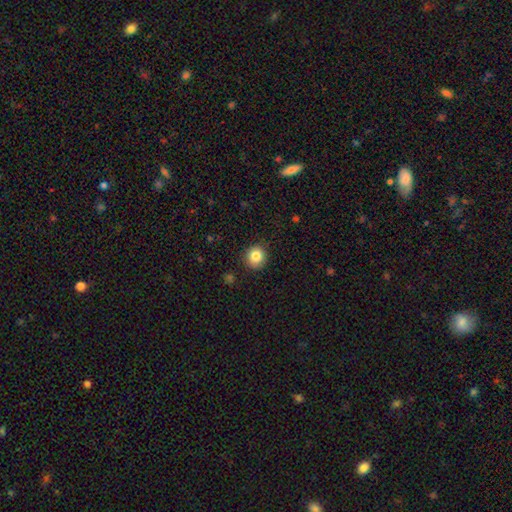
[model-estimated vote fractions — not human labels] A smooth galaxy with no disk features (83%) that is round (89%).

Vote fractions:
- Smooth or featured? smooth: 83% / star or artifact: 10% / featured or disk: 7%
- How rounded? round: 89% / in between: 11% / cigar-shaped: 1%
- Merging? none: 89% / minor disturbance: 8% / major disturbance: 2% / merger: 1%